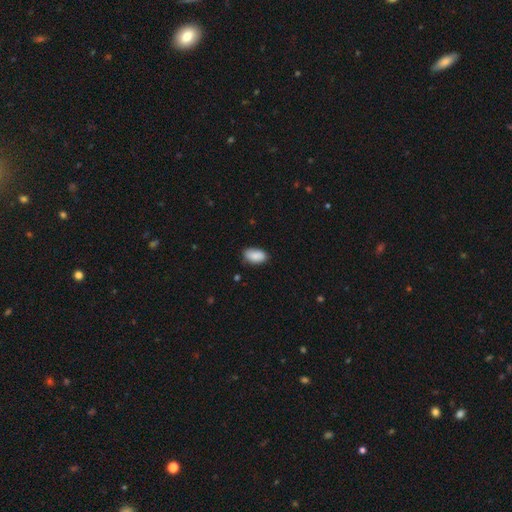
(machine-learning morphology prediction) smooth 88%, star or artifact 7%, featured or disk 5%. Down the decision tree: how rounded — in between (94%); merging — none (77%).